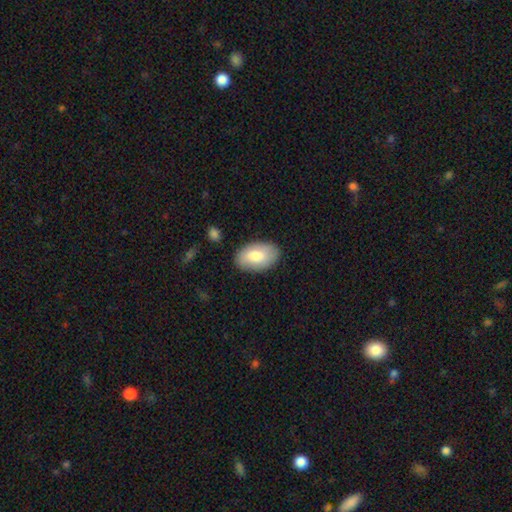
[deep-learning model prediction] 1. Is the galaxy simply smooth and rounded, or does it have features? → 79% smooth, 15% featured or disk, 6% star or artifact.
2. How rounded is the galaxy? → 94% in between, 5% round, 1% cigar-shaped.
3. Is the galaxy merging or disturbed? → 85% none, 11% minor disturbance, 3% major disturbance, 2% merger.